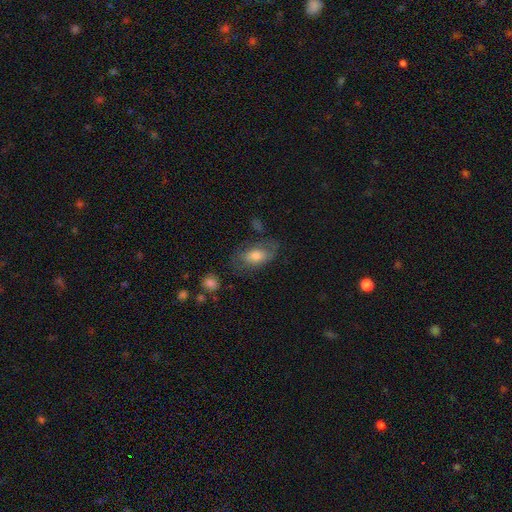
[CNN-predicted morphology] smooth 59%, featured or disk 33%, star or artifact 8%. Down the decision tree: how rounded — in between (89%); merging — none (54%).